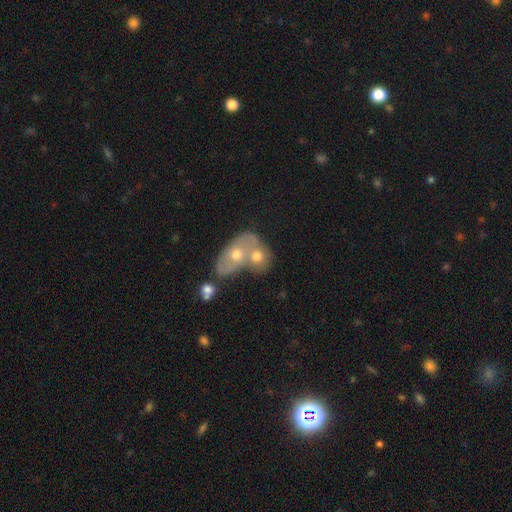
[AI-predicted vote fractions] smooth-or-featured: smooth: 46% | featured or disk: 44% | star or artifact: 10%
  merging: merger: 70% | none: 19% | minor disturbance: 7% | major disturbance: 4%